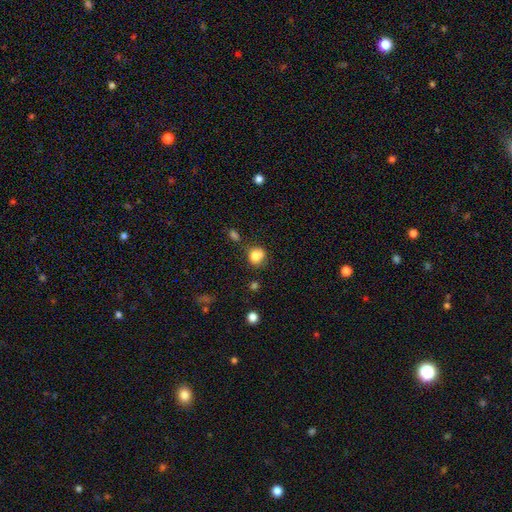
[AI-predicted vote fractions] This is clearly a smooth galaxy (82%). How rounded: likely round (66%). Merging: likely none (60%).